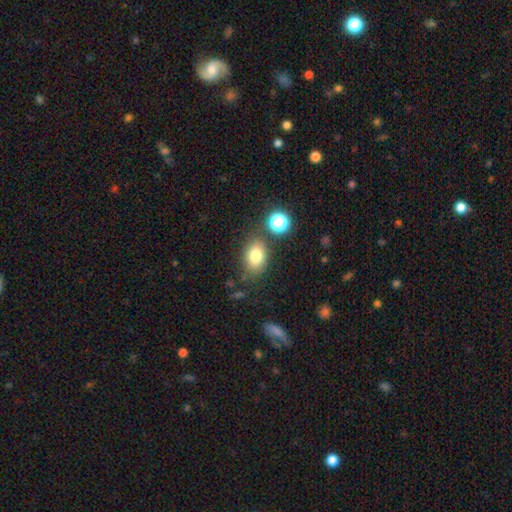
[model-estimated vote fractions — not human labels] smooth-or-featured: smooth: 78% | star or artifact: 12% | featured or disk: 10%
  how-rounded: in between: 73% | round: 25% | cigar-shaped: 1%
  merging: none: 77% | minor disturbance: 12% | merger: 6% | major disturbance: 4%